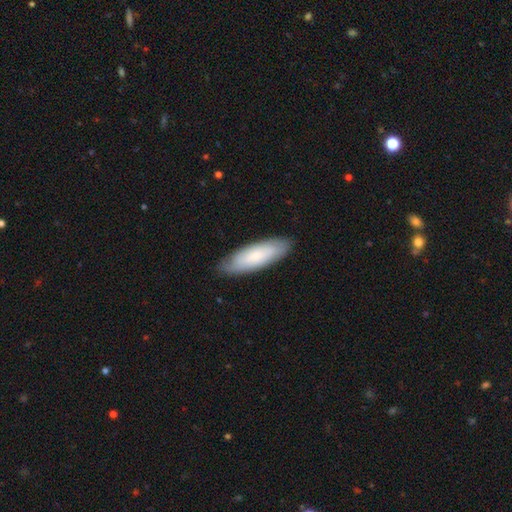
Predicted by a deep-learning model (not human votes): This is likely a smooth galaxy (66%). How rounded: possibly in between (56%). Merging: clearly none (84%).